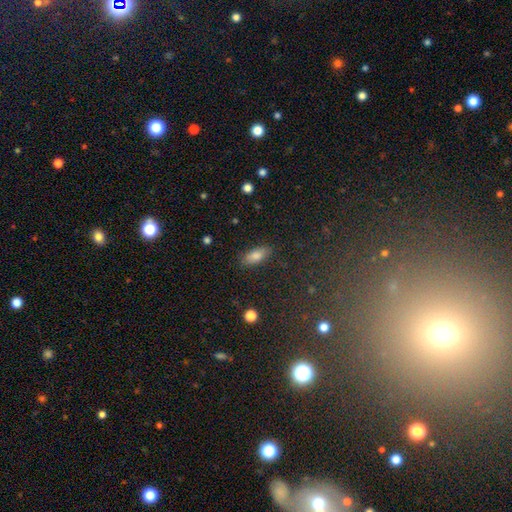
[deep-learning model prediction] Smooth or featured? Predicted: smooth (p=0.81). How rounded? Predicted: in between (p=0.84). Merging? Predicted: none (p=0.85).